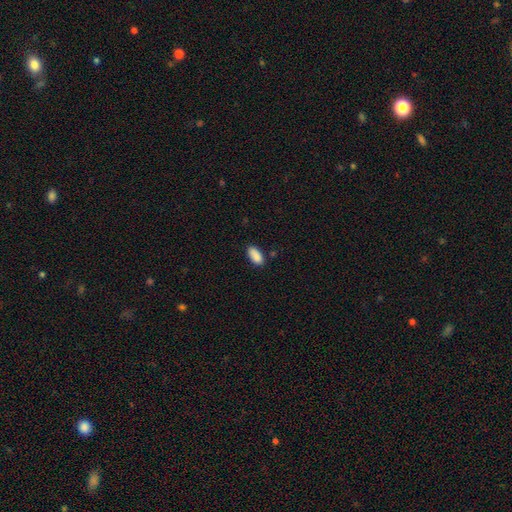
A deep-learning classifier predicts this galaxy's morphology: A smooth galaxy with no disk features (89%) that is in between round and cigar-shaped (91%). Merging: none (80%).